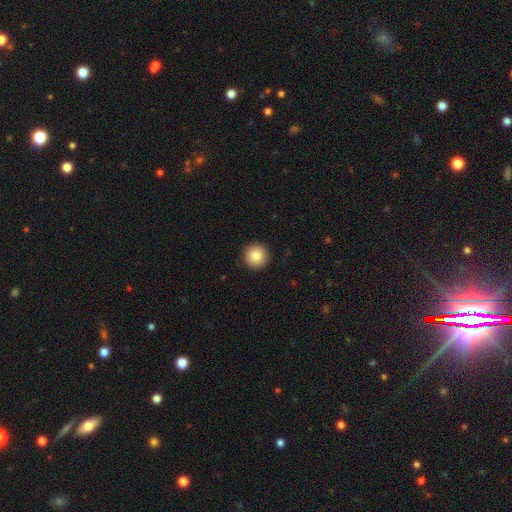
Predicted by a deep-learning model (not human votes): Smooth or featured: smooth — 85% (star or artifact — 9%)
How rounded: round — 95% (in between — 4%)
Merging: none — 92% (minor disturbance — 5%)